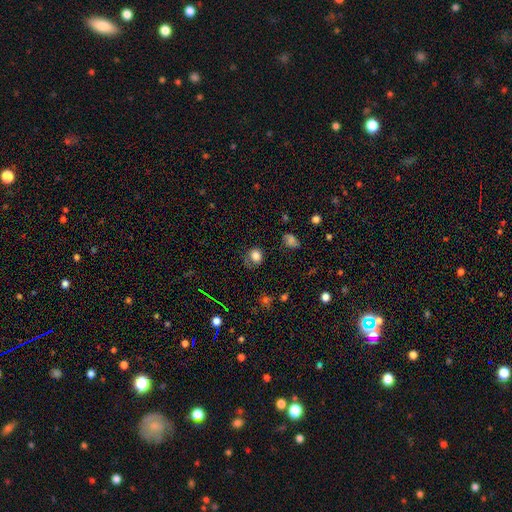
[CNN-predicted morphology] Overall: smooth (79%). How rounded: round (68%; in between 31%). Merging: none (64%; minor disturbance 24%).